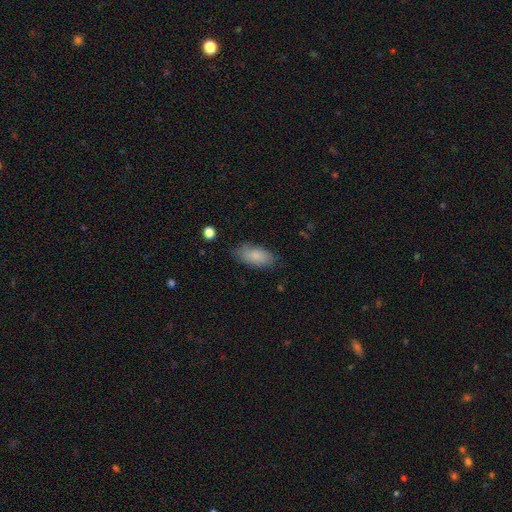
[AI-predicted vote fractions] smooth 83%, featured or disk 10%, star or artifact 7%. Down the decision tree: how rounded — in between (90%); merging — none (76%).